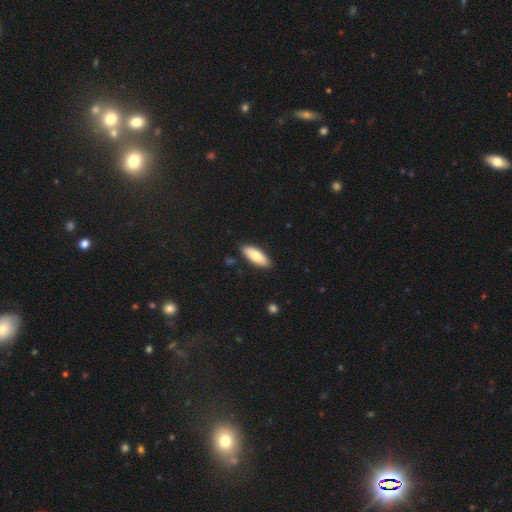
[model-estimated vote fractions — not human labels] A smooth galaxy with no disk features (79%) that is in between round and cigar-shaped (72%).

Vote fractions:
- Smooth or featured? smooth: 79% / featured or disk: 15% / star or artifact: 6%
- How rounded? in between: 72% / cigar-shaped: 26% / round: 2%
- Merging? none: 87% / minor disturbance: 10% / major disturbance: 2% / merger: 1%